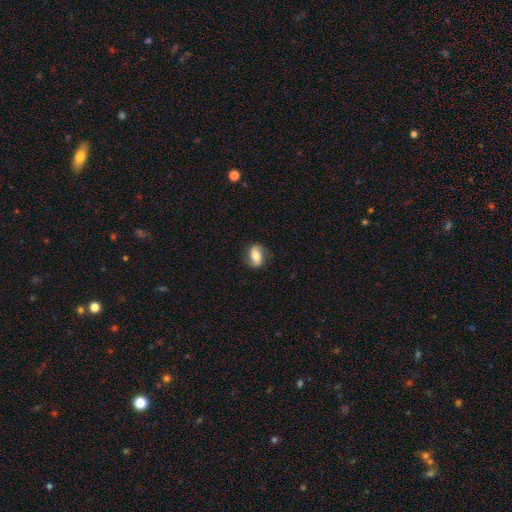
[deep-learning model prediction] Smooth or featured?
  - smooth: 50% *
  - featured or disk: 42%
  - star or artifact: 8%
Merging?
  - none: 80% *
  - minor disturbance: 14%
  - major disturbance: 4%
  - merger: 1%